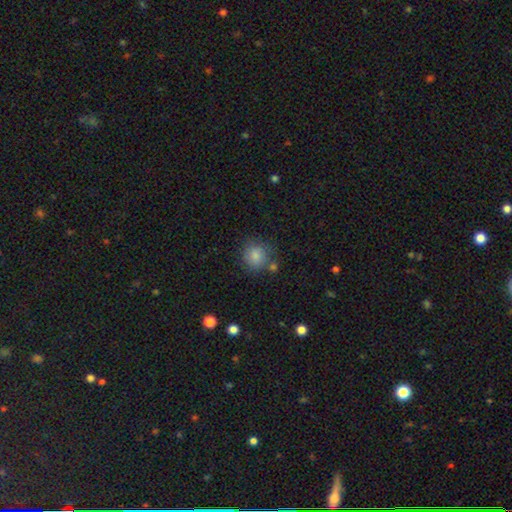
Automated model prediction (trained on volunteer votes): The model was most divided on "merging": none: 71%, minor disturbance: 15%, merger: 9%, major disturbance: 5%. More confident: how rounded — round (85%); smooth or featured — smooth (83%).